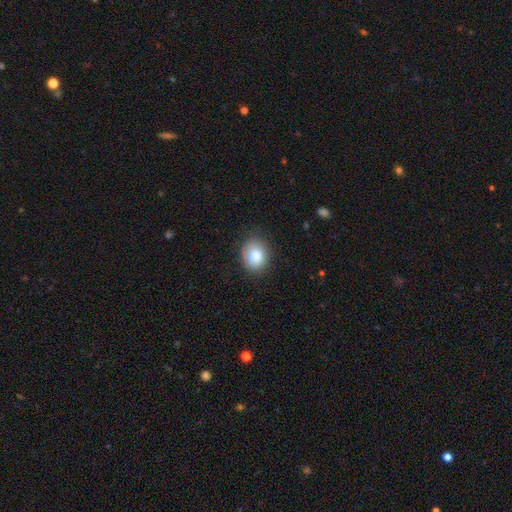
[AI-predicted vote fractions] This appears to be a smooth galaxy with no disk features (80%) that is round (52%). Merging: none (80%).